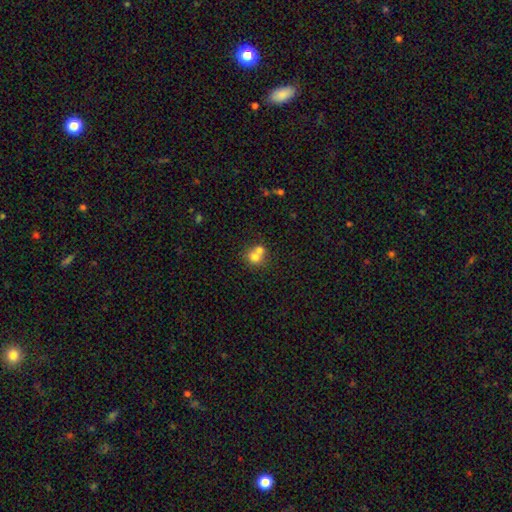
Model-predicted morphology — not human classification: Q: Smooth or featured?
A: smooth (72%); runner-up: featured or disk (17%)
Q: How rounded?
A: round (79%); runner-up: in between (20%)
Q: Merging?
A: merger (57%); runner-up: none (34%)